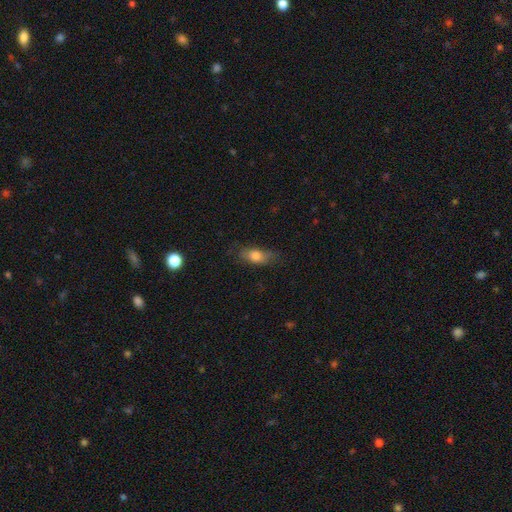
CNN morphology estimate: Smooth or featured? smooth (75%)
How rounded? in between (77%)
Merging? none (72%)